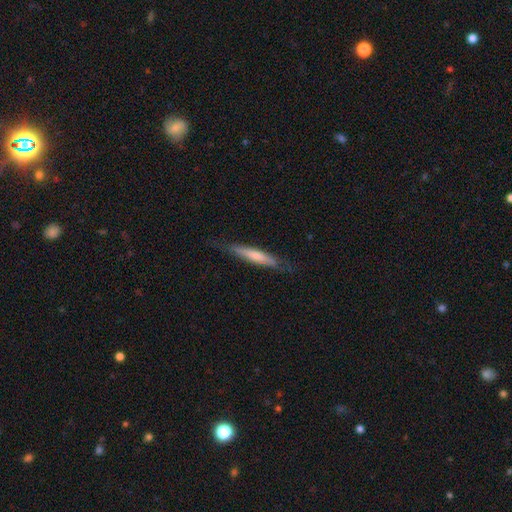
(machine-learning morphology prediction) A smooth galaxy with no disk features (58%) that is cigar-shaped (91%).

Vote fractions:
- Smooth or featured? smooth: 58% / featured or disk: 37% / star or artifact: 5%
- How rounded? cigar-shaped: 91% / in between: 8% / round: 1%
- Merging? none: 77% / minor disturbance: 17% / major disturbance: 4% / merger: 1%